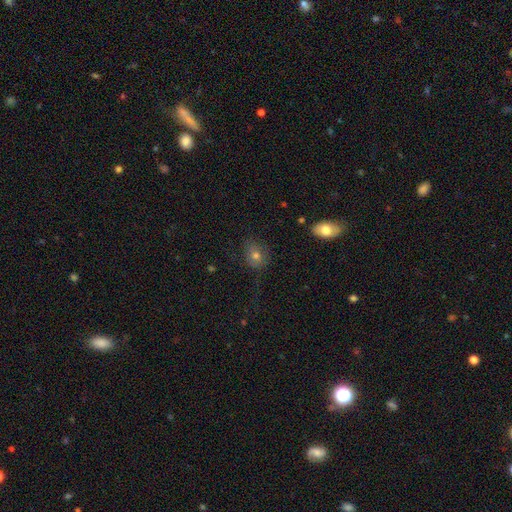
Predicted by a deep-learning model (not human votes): smooth_or_featured: smooth (p=0.69) [alt: featured or disk p=0.16]
how_rounded: round (p=0.60) [alt: in between p=0.38]
merging: none (p=0.72) [alt: minor disturbance p=0.18]